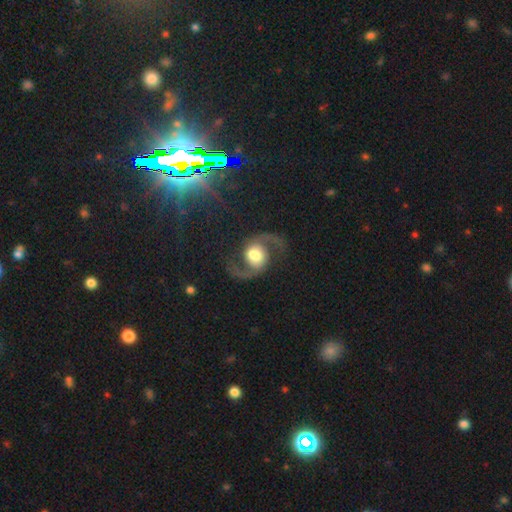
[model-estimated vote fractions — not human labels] A featured or disk galaxy (88%) with no bar (50%), 2 (95%) loose (57%) spiral arms (97%) and a large central bulge (46%).

Vote fractions:
- Smooth or featured? featured or disk: 88% / smooth: 6% / star or artifact: 5%
- Edge-on disk? no: 98% / yes: 2%
- Bar? no: 50% / weak: 37% / strong: 13%
- Spiral arms? yes: 97% / no: 3%
- Spiral winding? loose: 57% / medium: 37% / tight: 6%
- Spiral arm count? 2: 95% / 1: 1% / can't tell: 1% / 3: 1% / 4: 1% / more than 4: 1%
- Bulge size? large: 46% / moderate: 38% / dominant: 9% / small: 5% / none: 2%
- Merging? none: 79% / minor disturbance: 11% / major disturbance: 8% / merger: 2%